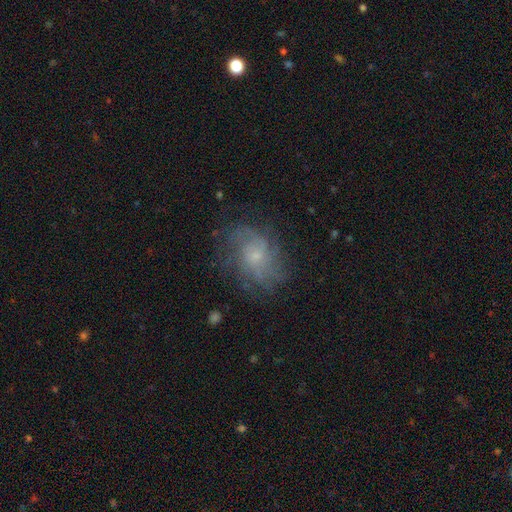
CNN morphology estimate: A featured or disk galaxy (63%) with no bar (78%), medium (39%) spiral arms (82%) and a small central bulge (70%). Merging: none (66%).